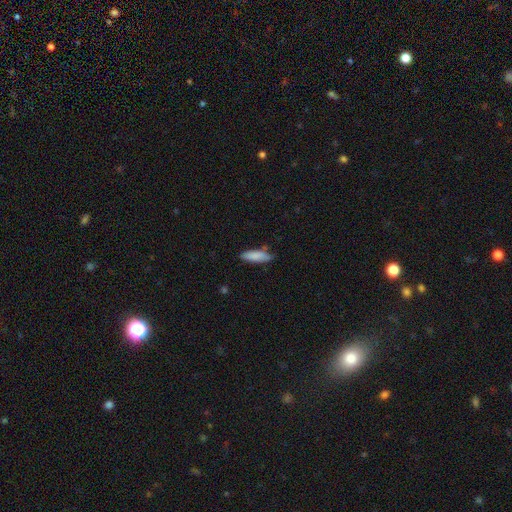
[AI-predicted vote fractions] smooth 85%, featured or disk 9%, star or artifact 6%. Down the decision tree: how rounded — cigar-shaped (55%); merging — none (72%).